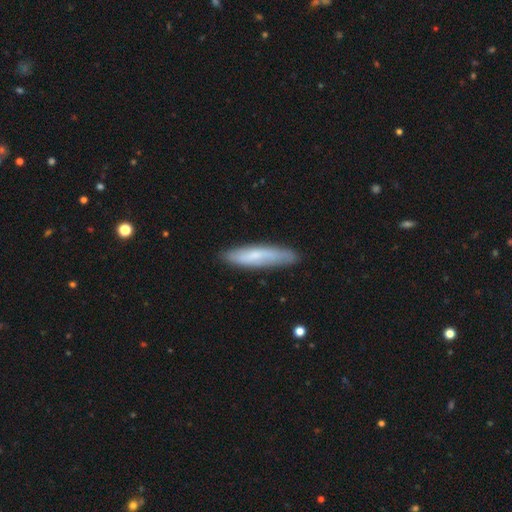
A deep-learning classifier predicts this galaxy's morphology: Overall: smooth (60%; featured or disk 34%). How rounded: cigar-shaped (81%). Merging: none (82%).